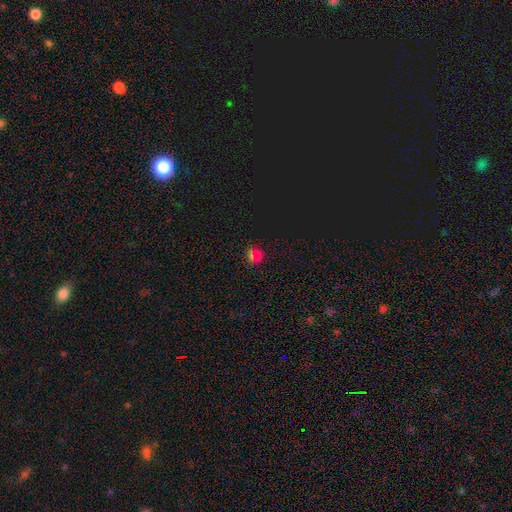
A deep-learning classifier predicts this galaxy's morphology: type=smooth (51%); roundness=round (87%); merging=none (84%).